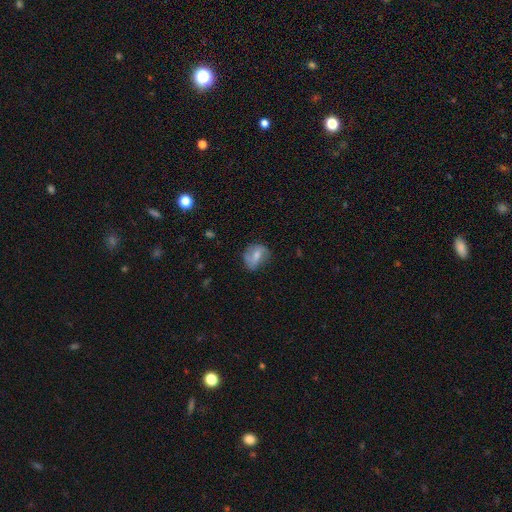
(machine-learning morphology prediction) A featured or disk galaxy (47%). Merging: none (59%).